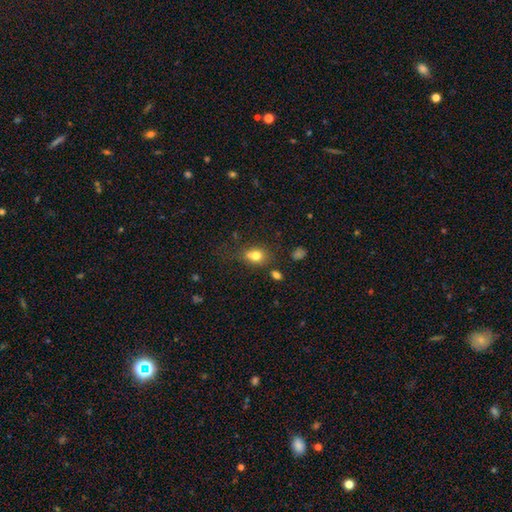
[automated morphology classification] Smooth or featured?
  - smooth: 76% *
  - star or artifact: 13%
  - featured or disk: 12%
How rounded?
  - in between: 50% *
  - round: 49%
  - cigar-shaped: 1%
Merging?
  - none: 56% *
  - minor disturbance: 19%
  - merger: 17%
  - major disturbance: 7%